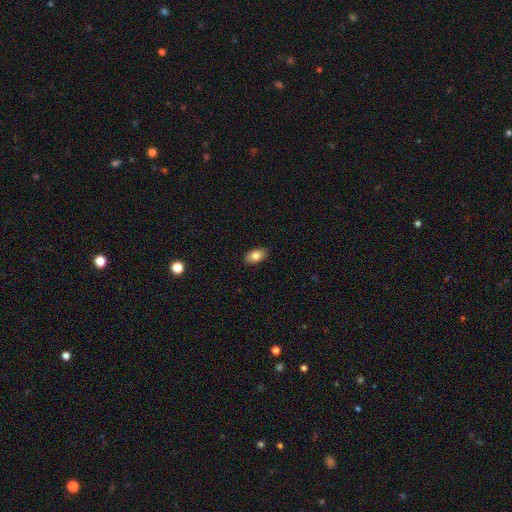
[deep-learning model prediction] Morphology: type=smooth (81%); roundness=in between (91%); merging=none (89%).